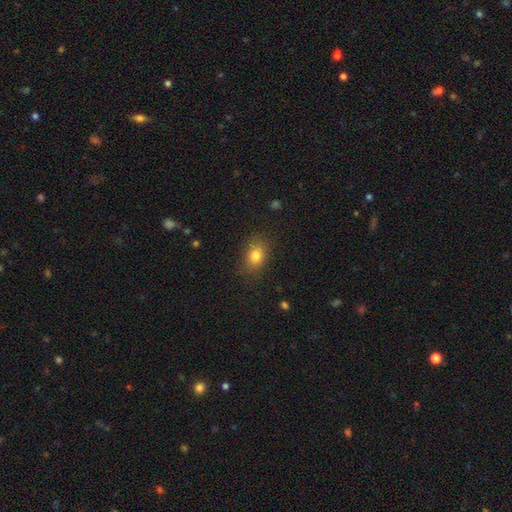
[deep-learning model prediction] The model was most divided on "how rounded": in between: 70%, round: 29%, cigar-shaped: 2%. More confident: merging — none (82%); smooth or featured — smooth (81%).